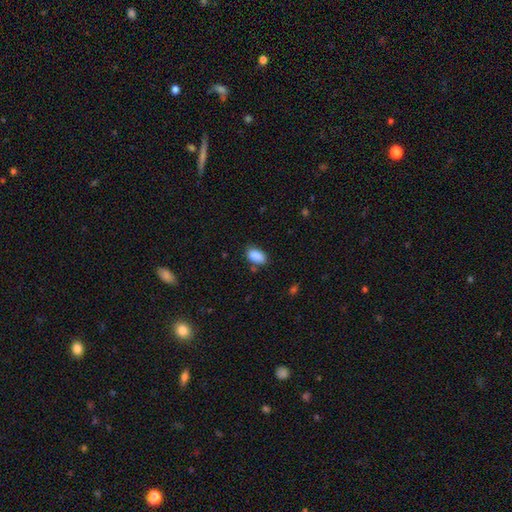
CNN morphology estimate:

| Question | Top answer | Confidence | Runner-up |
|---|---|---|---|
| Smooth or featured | smooth | 88% | star or artifact (8%) |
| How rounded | in between | 90% | round (8%) |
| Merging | none | 75% | minor disturbance (18%) |